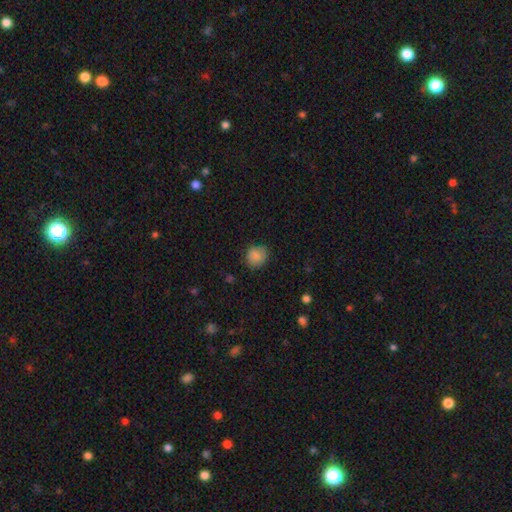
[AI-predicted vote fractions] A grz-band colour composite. It shows a smooth galaxy with no disk features (86%) that is round (83%). Merging: none (78%).